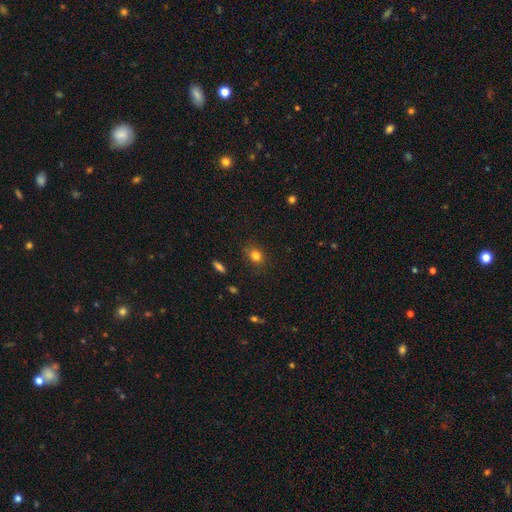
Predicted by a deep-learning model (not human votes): smooth_or_featured: smooth (p=0.81) [alt: star or artifact p=0.12]
how_rounded: round (p=0.58) [alt: in between p=0.40]
merging: none (p=0.81) [alt: minor disturbance p=0.14]